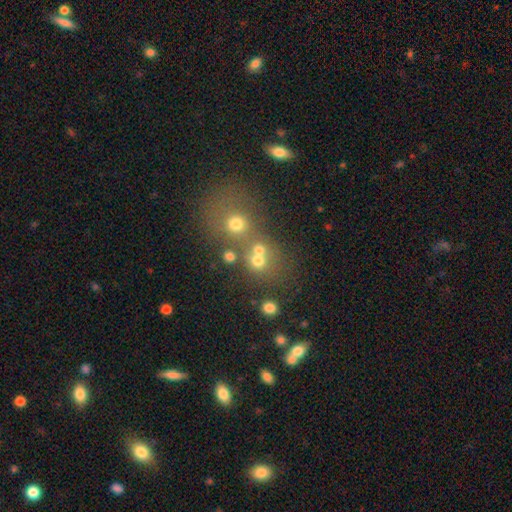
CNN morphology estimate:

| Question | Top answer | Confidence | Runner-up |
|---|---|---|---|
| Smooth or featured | smooth | 53% | star or artifact (28%) |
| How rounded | round | 76% | in between (23%) |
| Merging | merger | 48% | none (39%) |